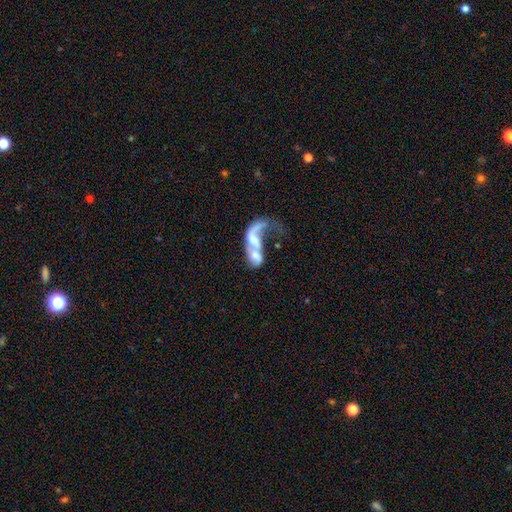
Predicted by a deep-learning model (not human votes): Overall: featured or disk (60%; smooth 32%). Edge-on disk: no (95%). Bar: no (62%; weak 27%). Spiral arms: yes (60%; no 40%). Bulge size: moderate (33%; none 26%). Merging: merger (64%).